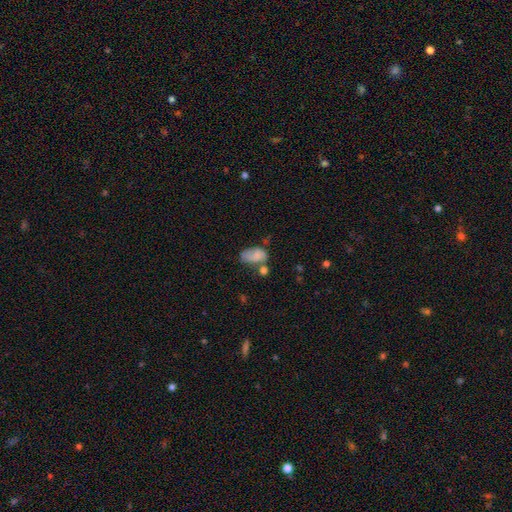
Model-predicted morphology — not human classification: This is likely a smooth galaxy (69%). How rounded: clearly in between (90%). Merging: marginally none (32%).